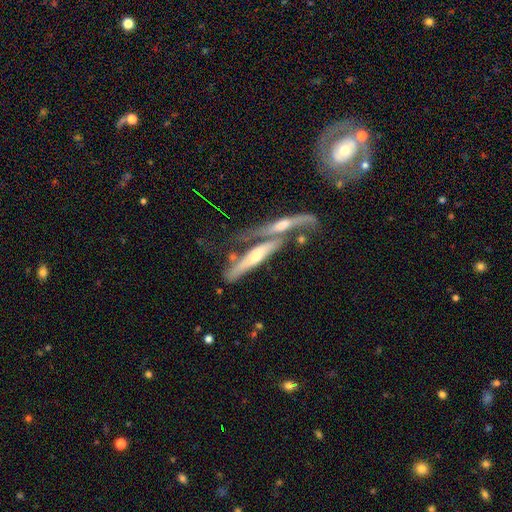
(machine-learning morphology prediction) A featured or disk galaxy (67%) viewed edge-on (83%) with a rounded central bulge (77%).

Vote fractions:
- Smooth or featured? featured or disk: 67% / smooth: 25% / star or artifact: 8%
- Edge-on disk? yes: 83% / no: 17%
- Edge-on bulge? rounded: 77% / none: 15% / boxy: 8%
- Merging? merger: 49% / none: 31% / minor disturbance: 12% / major disturbance: 8%